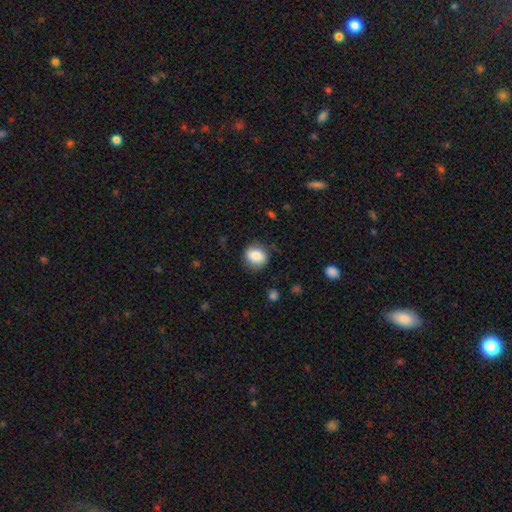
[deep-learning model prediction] Smooth or featured?
  - smooth: 82% *
  - featured or disk: 10%
  - star or artifact: 8%
How rounded?
  - round: 74% *
  - in between: 25%
  - cigar-shaped: 1%
Merging?
  - none: 82% *
  - minor disturbance: 13%
  - major disturbance: 4%
  - merger: 1%